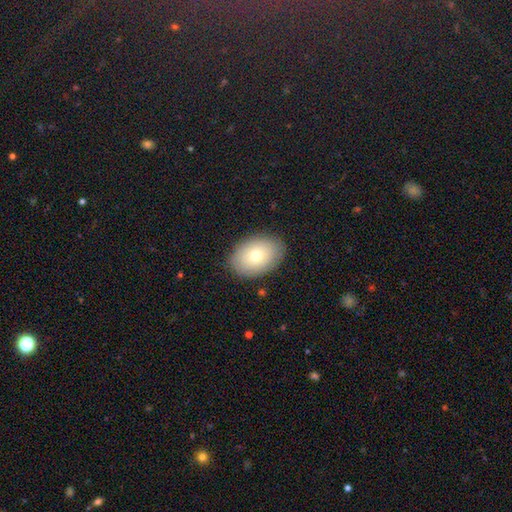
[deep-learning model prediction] A smooth galaxy with no disk features (74%) that is in between round and cigar-shaped (81%). Merging: none (86%).